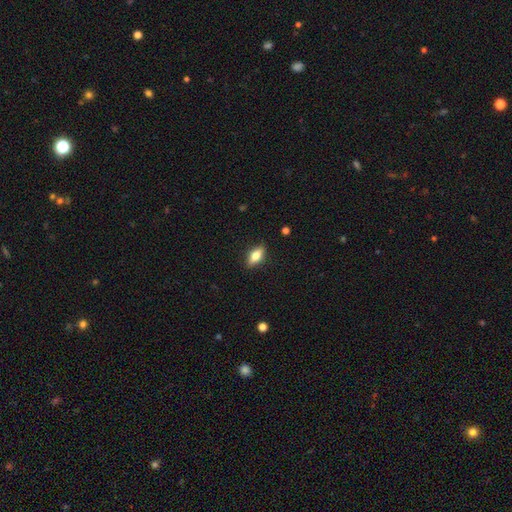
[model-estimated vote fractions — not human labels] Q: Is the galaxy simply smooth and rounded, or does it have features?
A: smooth — 63%.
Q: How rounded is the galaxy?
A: in between — 76%.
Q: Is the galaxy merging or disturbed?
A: none — 87%.